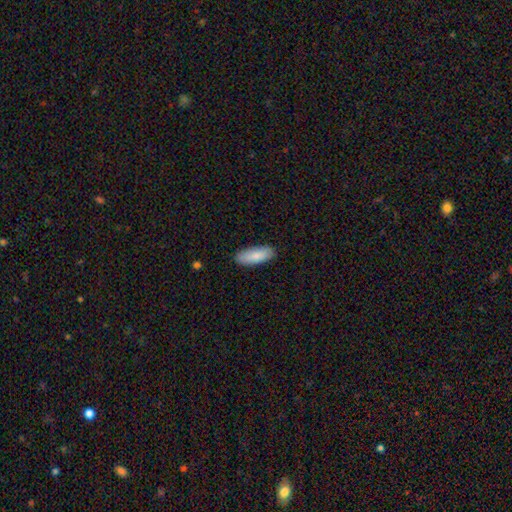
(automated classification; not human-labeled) A smooth galaxy with no disk features (86%) that is in between round and cigar-shaped (70%).

Vote fractions:
- Smooth or featured? smooth: 86% / featured or disk: 9% / star or artifact: 5%
- How rounded? in between: 70% / cigar-shaped: 28% / round: 2%
- Merging? none: 88% / minor disturbance: 10% / major disturbance: 2% / merger: 1%